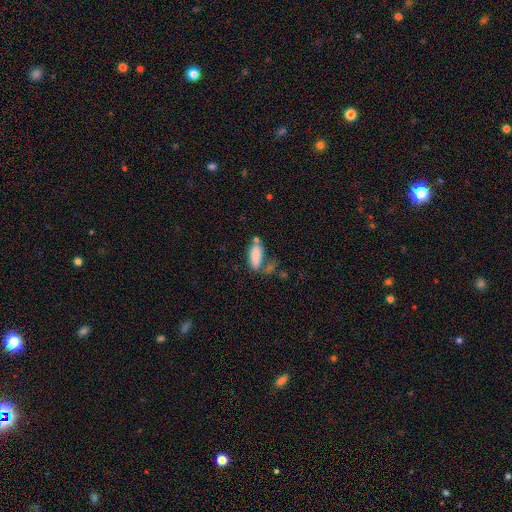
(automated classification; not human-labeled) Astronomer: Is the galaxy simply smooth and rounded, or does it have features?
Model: smooth — 83%.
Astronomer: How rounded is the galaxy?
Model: in between — 74%.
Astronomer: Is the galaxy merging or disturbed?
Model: none — 48%.